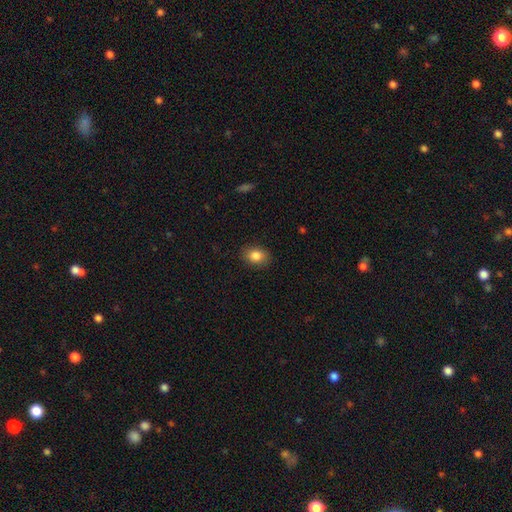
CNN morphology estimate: This appears to be a smooth galaxy with no disk features (84%) that is in between round and cigar-shaped (67%). Merging: none (86%).